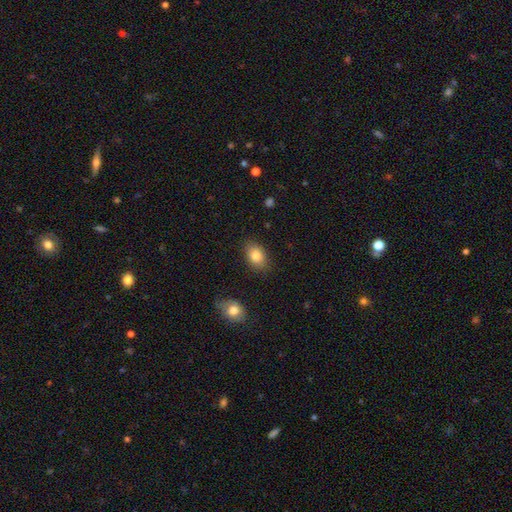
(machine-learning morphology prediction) Overall: smooth (83%). How rounded: in between (83%). Merging: none (84%).